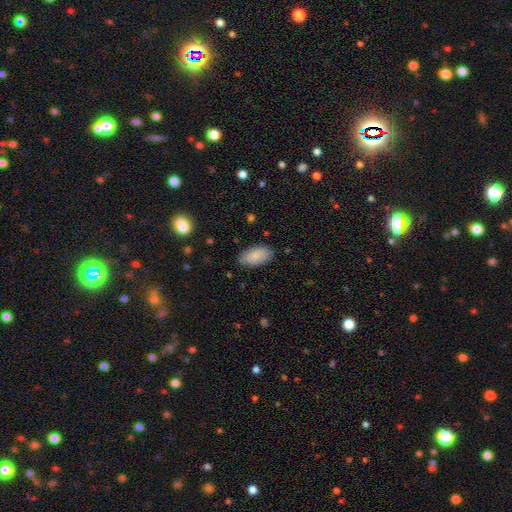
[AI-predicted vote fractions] Smooth or featured?
  - smooth: 86% *
  - featured or disk: 7%
  - star or artifact: 6%
How rounded?
  - in between: 95% *
  - round: 3%
  - cigar-shaped: 3%
Merging?
  - none: 83% *
  - minor disturbance: 14%
  - major disturbance: 3%
  - merger: 1%